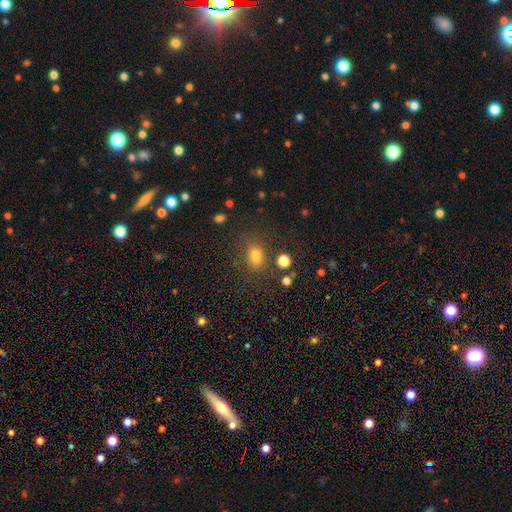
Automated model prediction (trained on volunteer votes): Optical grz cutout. It shows a smooth galaxy with no disk features (76%) that is in between round and cigar-shaped (63%). Merging: none (76%).